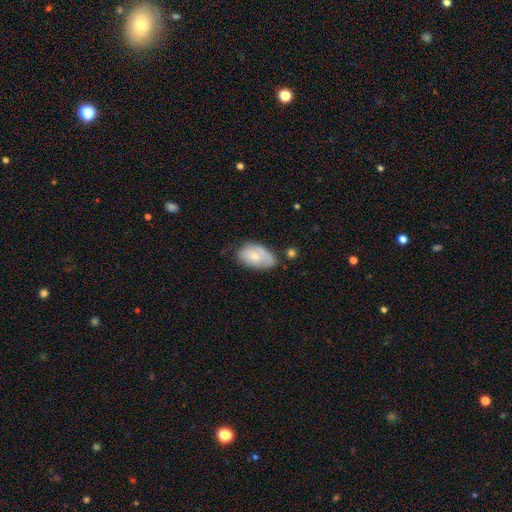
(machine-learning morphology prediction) smooth_or_featured: smooth (p=0.69) [alt: featured or disk p=0.24]
how_rounded: in between (p=0.92) [alt: round p=0.06]
merging: none (p=0.55) [alt: minor disturbance p=0.32]